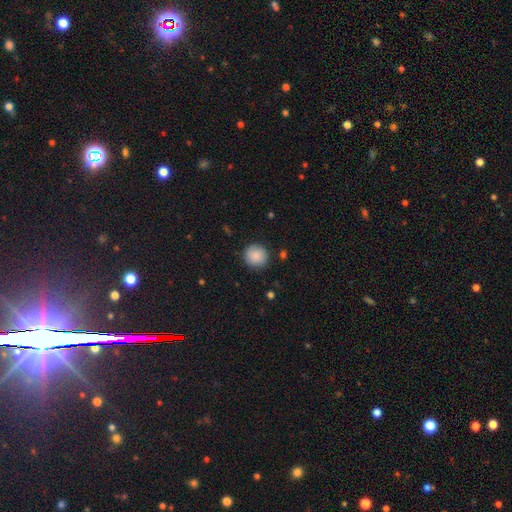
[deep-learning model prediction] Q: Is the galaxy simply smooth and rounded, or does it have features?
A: smooth — 88%.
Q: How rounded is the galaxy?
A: round — 93%.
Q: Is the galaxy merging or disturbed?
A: none — 89%.